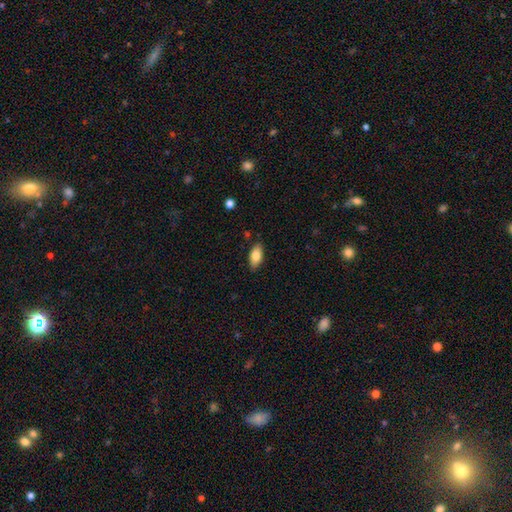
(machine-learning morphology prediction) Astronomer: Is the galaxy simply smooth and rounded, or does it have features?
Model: smooth — 80%.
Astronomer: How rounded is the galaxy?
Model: in between — 89%.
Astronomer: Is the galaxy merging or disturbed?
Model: none — 84%.